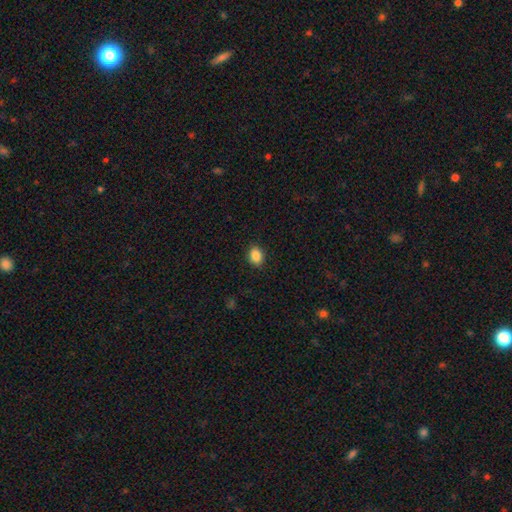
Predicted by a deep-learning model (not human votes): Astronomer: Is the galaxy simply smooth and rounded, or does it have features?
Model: smooth — 87%.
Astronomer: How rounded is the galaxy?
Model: in between — 63%.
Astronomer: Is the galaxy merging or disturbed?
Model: none — 88%.